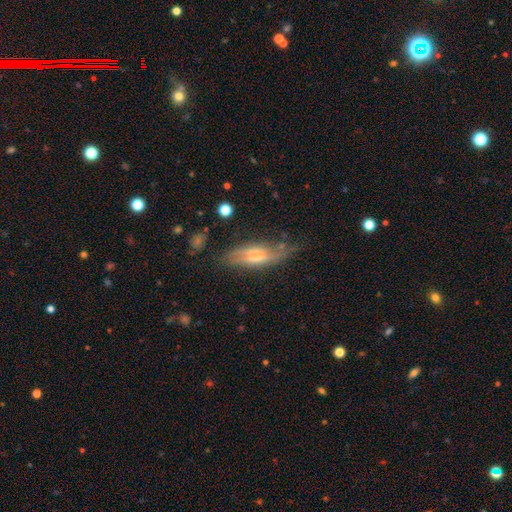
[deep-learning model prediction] A featured or disk galaxy (58%) viewed edge-on (64%). Merging: none (59%).